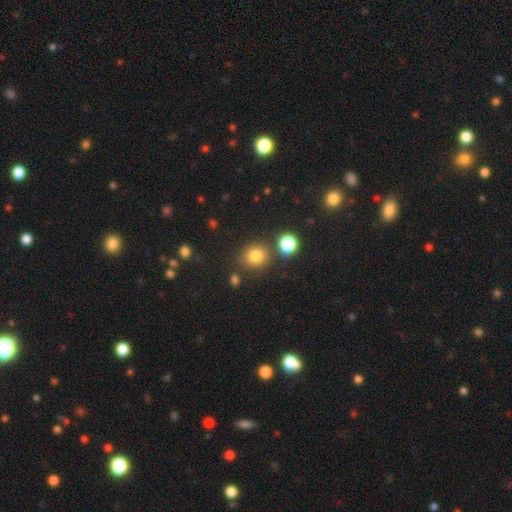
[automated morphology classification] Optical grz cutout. It shows a smooth galaxy with no disk features (79%) that is round (84%). Merging: none (77%).